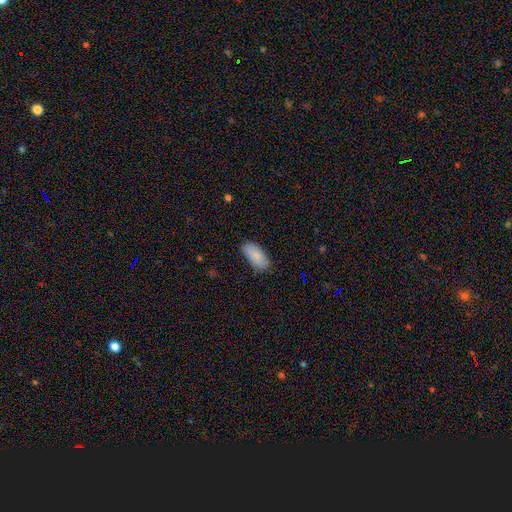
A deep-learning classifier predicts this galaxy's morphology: This is clearly a smooth galaxy (87%). How rounded: clearly in between (91%). Merging: clearly none (82%).